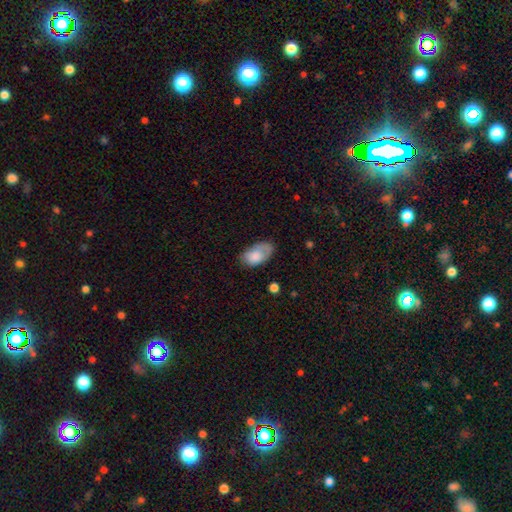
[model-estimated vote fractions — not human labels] smooth-or-featured: smooth: 79% | featured or disk: 14% | star or artifact: 7%
  how-rounded: in between: 94% | round: 5% | cigar-shaped: 2%
  merging: none: 53% | minor disturbance: 31% | major disturbance: 13% | merger: 3%